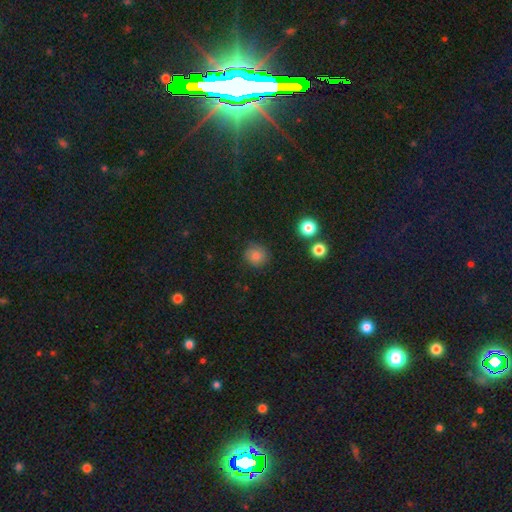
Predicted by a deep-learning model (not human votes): The model was most divided on "smooth or featured": smooth: 80%, star or artifact: 13%, featured or disk: 8%. More confident: how rounded — round (91%); merging — none (83%).